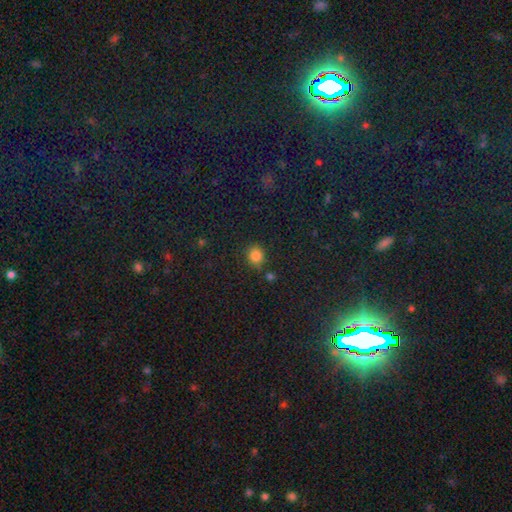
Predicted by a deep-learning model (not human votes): A smooth galaxy with no disk features (83%) that is round (78%).

Vote fractions:
- Smooth or featured? smooth: 83% / star or artifact: 12% / featured or disk: 4%
- How rounded? round: 78% / in between: 21% / cigar-shaped: 1%
- Merging? none: 74% / minor disturbance: 15% / merger: 7% / major disturbance: 4%